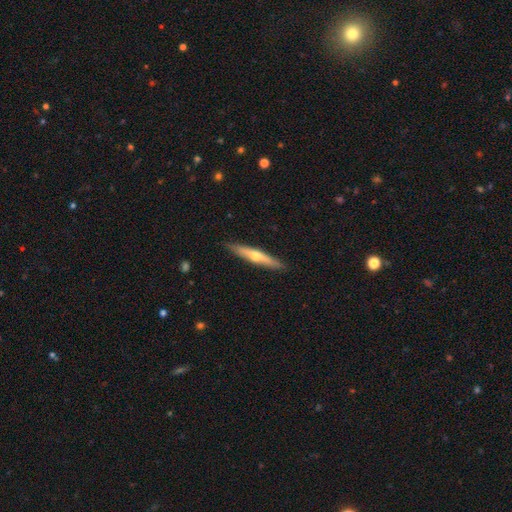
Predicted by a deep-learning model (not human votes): Morphology: type=featured or disk (58%); edge-on=yes (95%); edge-on bulge=rounded (85%); merging=none (90%).